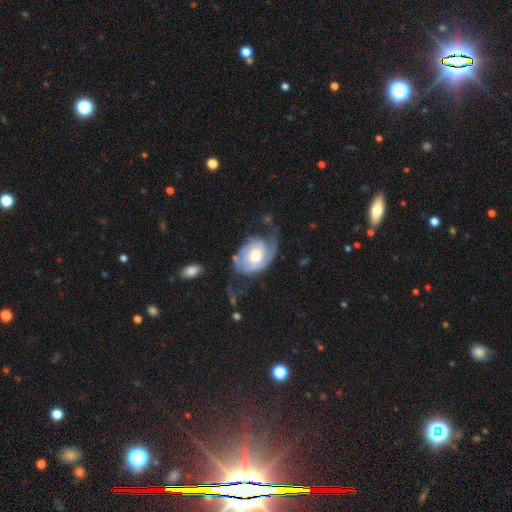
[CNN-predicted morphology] This appears to be a featured or disk galaxy (71%) with no bar (75%), 1 (42%) tight (42%) spiral arms (85%) and a moderate central bulge (48%). Merging: none (36%).